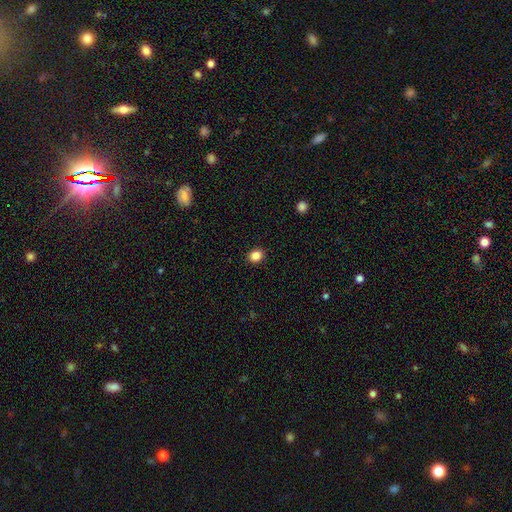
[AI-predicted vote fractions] This appears to be a smooth galaxy with no disk features (86%) that is round (64%). Merging: none (91%).